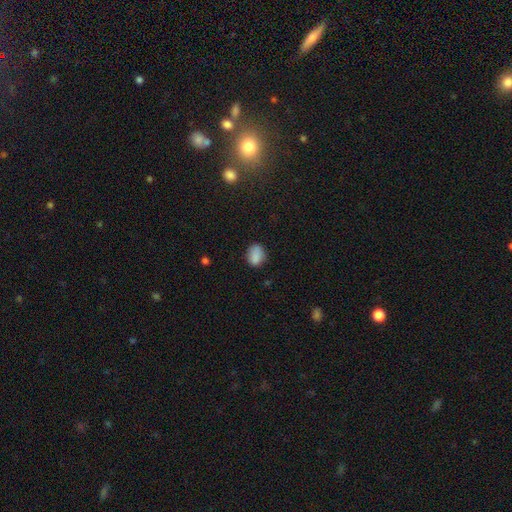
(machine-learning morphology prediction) type=smooth (85%); roundness=in between (66%); merging=none (73%).